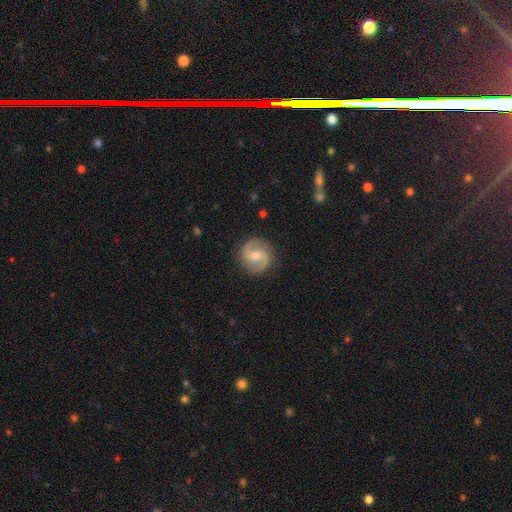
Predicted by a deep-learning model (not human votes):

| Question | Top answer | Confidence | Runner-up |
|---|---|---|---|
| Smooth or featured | featured or disk | 83% | smooth (12%) |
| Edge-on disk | no | 98% | yes (2%) |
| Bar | weak | 51% | no (32%) |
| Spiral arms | yes | 96% | no (4%) |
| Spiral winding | medium | 55% | loose (26%) |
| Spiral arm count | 2 | 93% | can't tell (2%) |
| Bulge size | moderate | 58% | small (36%) |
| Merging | none | 87% | minor disturbance (9%) |